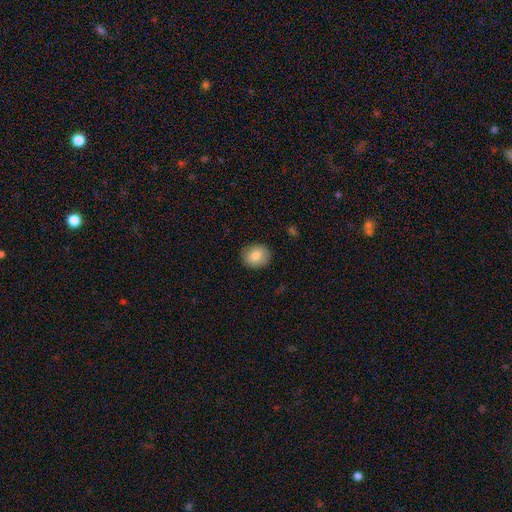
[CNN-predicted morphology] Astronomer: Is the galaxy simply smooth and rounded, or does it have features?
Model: smooth — 83%.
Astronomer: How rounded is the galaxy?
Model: round — 67%.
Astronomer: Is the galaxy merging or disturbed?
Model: none — 89%.